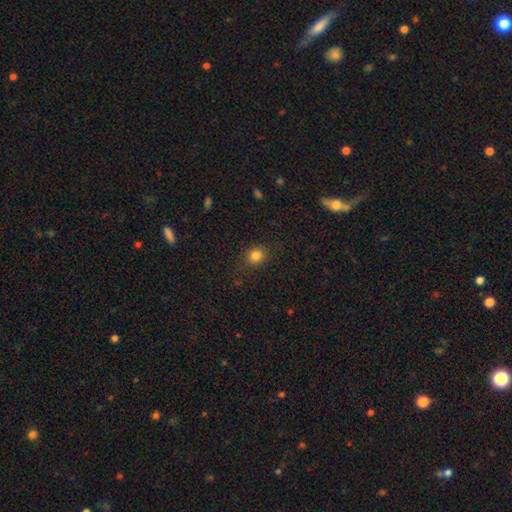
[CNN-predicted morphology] Smooth or featured?
  - smooth: 82% *
  - star or artifact: 12%
  - featured or disk: 5%
How rounded?
  - round: 73% *
  - in between: 26%
  - cigar-shaped: 1%
Merging?
  - none: 85% *
  - minor disturbance: 11%
  - major disturbance: 4%
  - merger: 1%